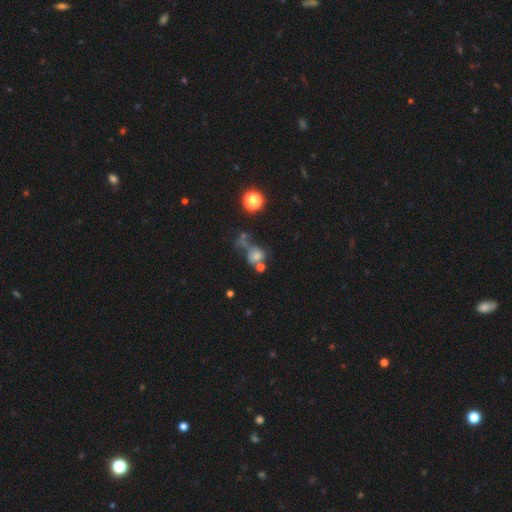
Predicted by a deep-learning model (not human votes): This is likely a smooth galaxy (62%). How rounded: likely round (70%). Merging: marginally merger (38%).